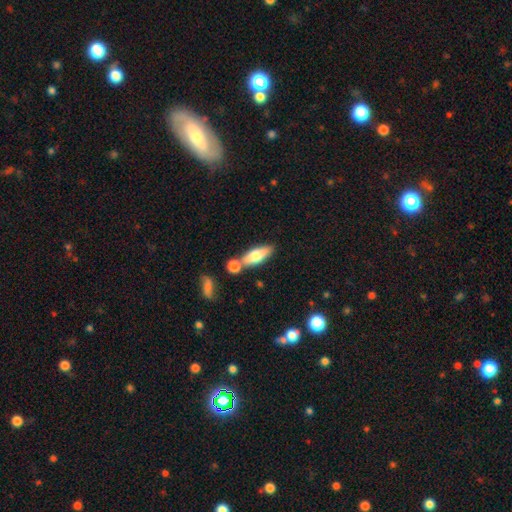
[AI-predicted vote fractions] A smooth galaxy with no disk features (67%) that is in between round and cigar-shaped (61%).

Vote fractions:
- Smooth or featured? smooth: 67% / featured or disk: 27% / star or artifact: 6%
- How rounded? in between: 61% / cigar-shaped: 35% / round: 3%
- Merging? none: 63% / merger: 21% / minor disturbance: 13% / major disturbance: 4%